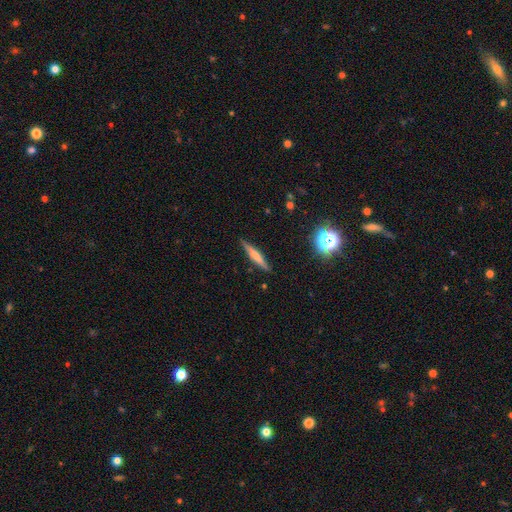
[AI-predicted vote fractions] smooth-or-featured: smooth: 50% | featured or disk: 41% | star or artifact: 9%
  how-rounded: cigar-shaped: 92% | in between: 6% | round: 2%
  merging: none: 88% | minor disturbance: 9% | major disturbance: 2% | merger: 1%